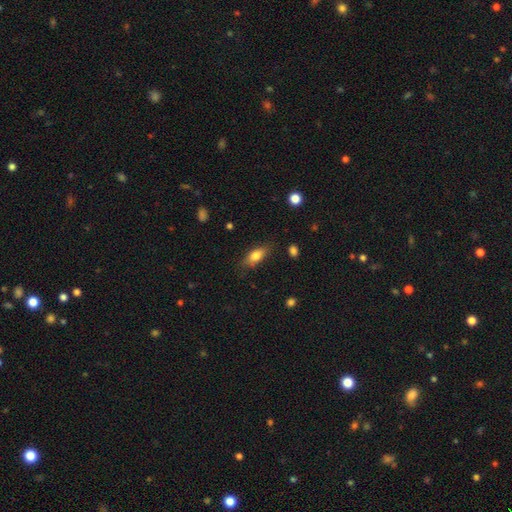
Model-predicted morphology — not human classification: Smooth or featured: smooth — 77% (featured or disk — 16%)
How rounded: in between — 79% (cigar-shaped — 17%)
Merging: none — 79% (minor disturbance — 16%)